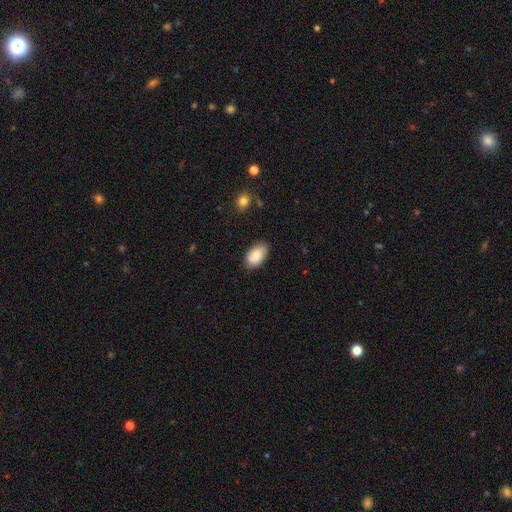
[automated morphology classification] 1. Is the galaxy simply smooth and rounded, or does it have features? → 80% smooth, 13% featured or disk, 7% star or artifact.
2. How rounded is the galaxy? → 93% in between, 5% round, 2% cigar-shaped.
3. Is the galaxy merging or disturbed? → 79% none, 16% minor disturbance, 3% major disturbance, 2% merger.